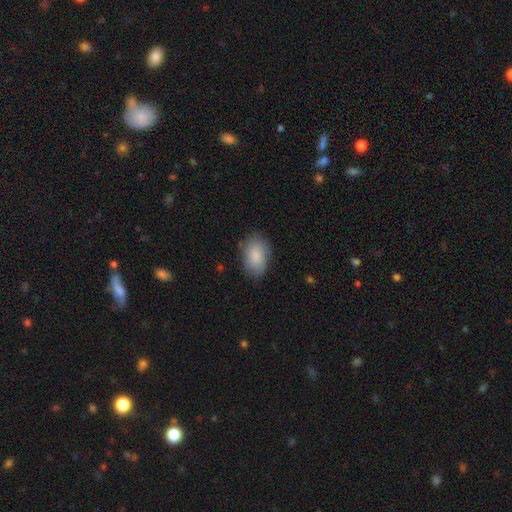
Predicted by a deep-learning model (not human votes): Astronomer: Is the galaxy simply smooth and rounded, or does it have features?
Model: smooth — 86%.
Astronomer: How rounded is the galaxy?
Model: in between — 91%.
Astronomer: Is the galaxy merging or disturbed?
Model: none — 75%.